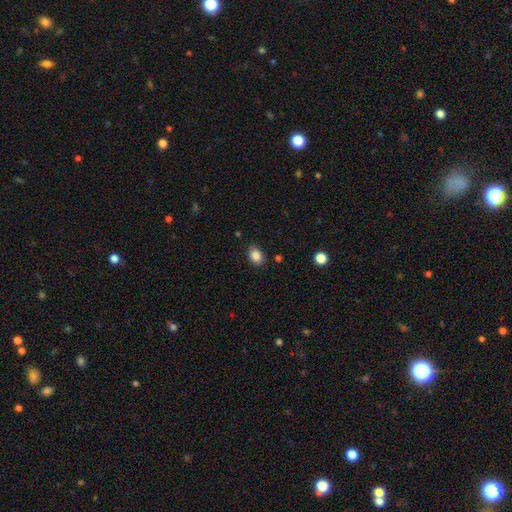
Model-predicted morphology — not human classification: Overall: smooth (86%). How rounded: in between (73%). Merging: none (83%).